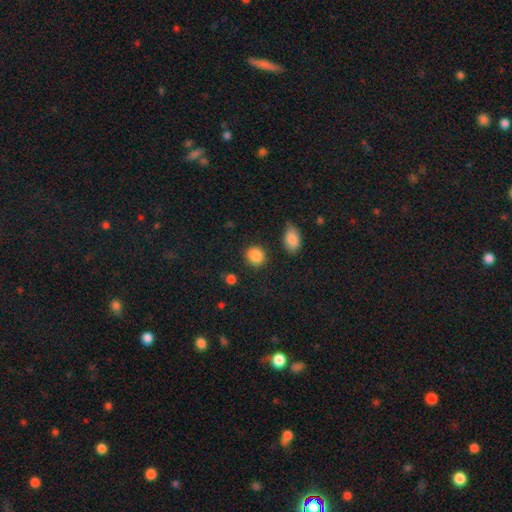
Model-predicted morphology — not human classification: smooth-or-featured: smooth: 88% | star or artifact: 8% | featured or disk: 4%
  how-rounded: round: 82% | in between: 17% | cigar-shaped: 1%
  merging: none: 87% | minor disturbance: 8% | major disturbance: 3% | merger: 3%